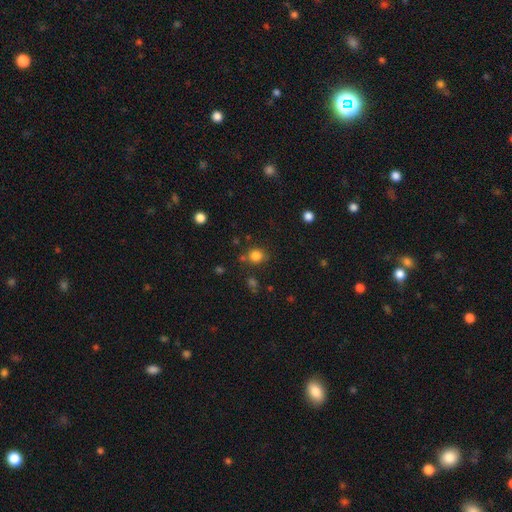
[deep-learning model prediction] This appears to be a smooth galaxy with no disk features (82%) that is round (82%). Merging: none (77%).